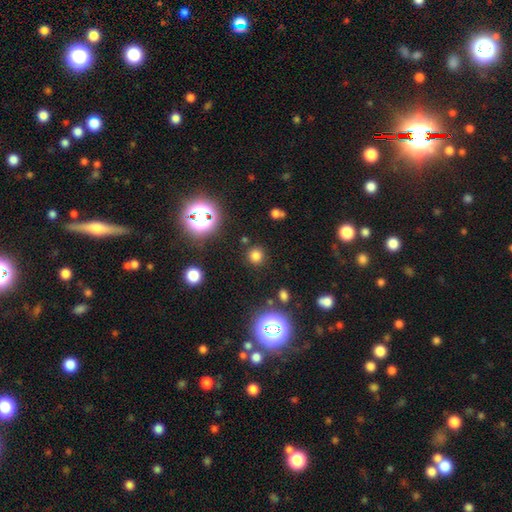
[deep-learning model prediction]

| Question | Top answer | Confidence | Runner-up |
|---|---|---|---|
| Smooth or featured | smooth | 72% | star or artifact (22%) |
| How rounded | round | 92% | in between (7%) |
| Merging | none | 88% | minor disturbance (7%) |